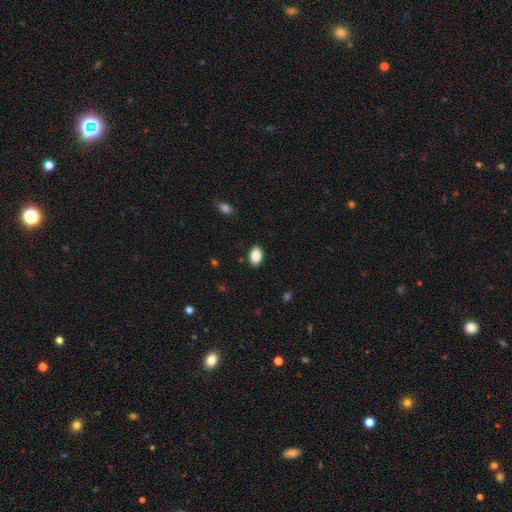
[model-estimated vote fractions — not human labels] smooth_or_featured: smooth (p=0.87) [alt: star or artifact p=0.08]
how_rounded: in between (p=0.87) [alt: round p=0.12]
merging: none (p=0.88) [alt: minor disturbance p=0.09]